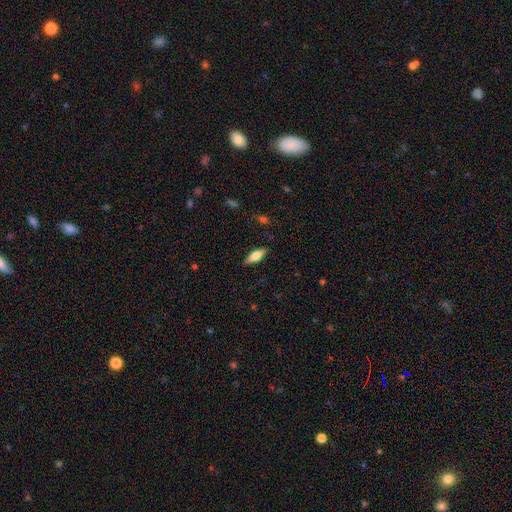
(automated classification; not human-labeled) Smooth or featured: smooth — 60% (featured or disk — 33%)
How rounded: in between — 62% (cigar-shaped — 36%)
Merging: none — 86% (minor disturbance — 10%)